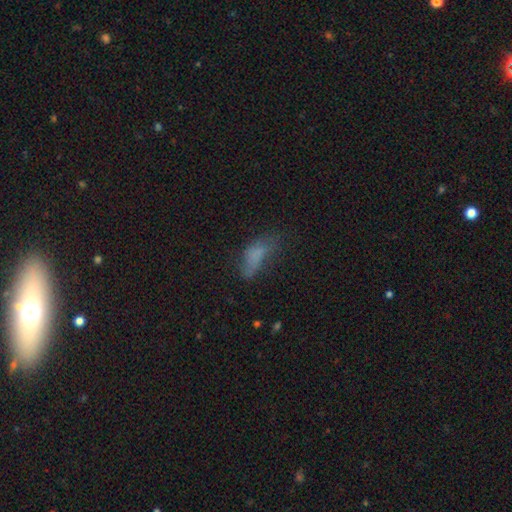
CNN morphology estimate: Overall: smooth (64%). How rounded: in between (77%). Merging: none (36%; major disturbance 30%).